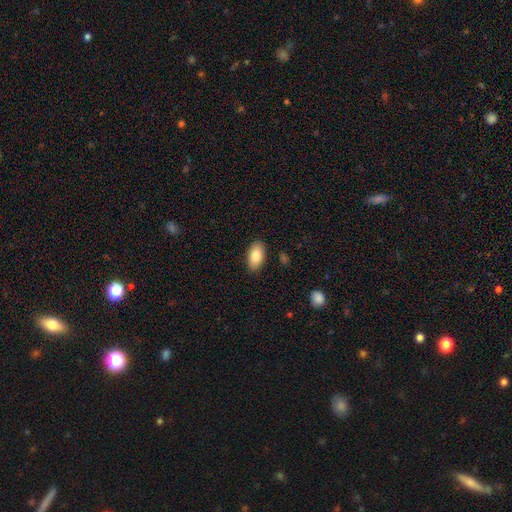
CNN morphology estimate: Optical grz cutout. It shows a smooth galaxy with no disk features (83%) that is in between round and cigar-shaped (93%). Merging: none (88%).